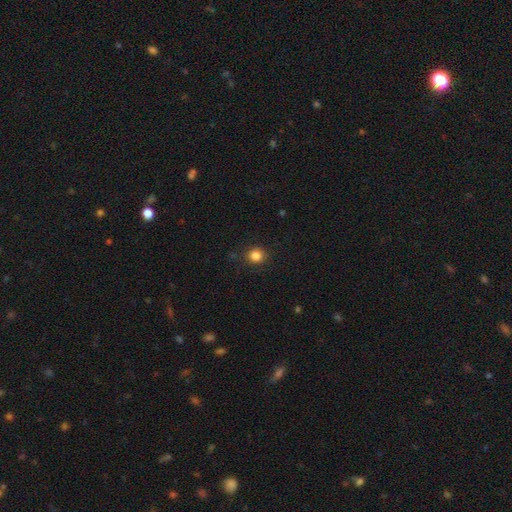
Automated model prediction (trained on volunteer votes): A smooth galaxy with no disk features (84%) that is round (87%). Merging: none (89%).